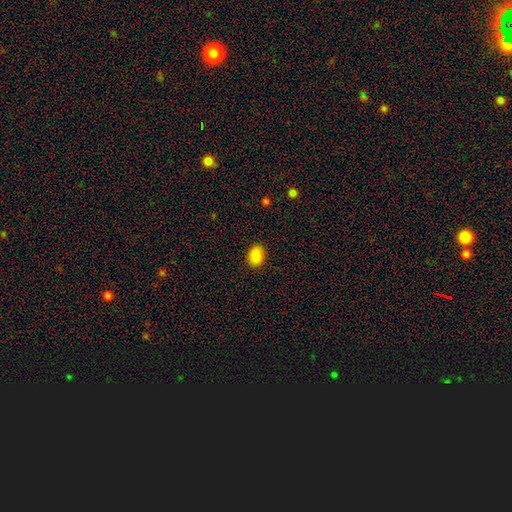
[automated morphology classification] The model was most divided on "how rounded": in between: 70%, round: 29%, cigar-shaped: 1%. More confident: merging — none (89%); smooth or featured — smooth (88%).